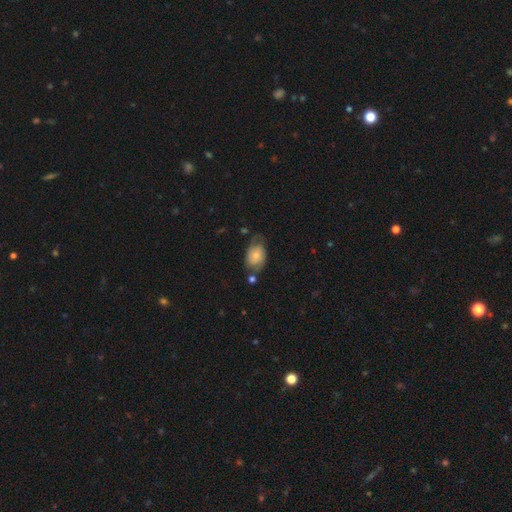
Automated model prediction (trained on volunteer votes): Q: Smooth or featured?
A: smooth (62%); runner-up: featured or disk (31%)
Q: How rounded?
A: in between (82%); runner-up: round (16%)
Q: Merging?
A: none (45%); runner-up: minor disturbance (33%)